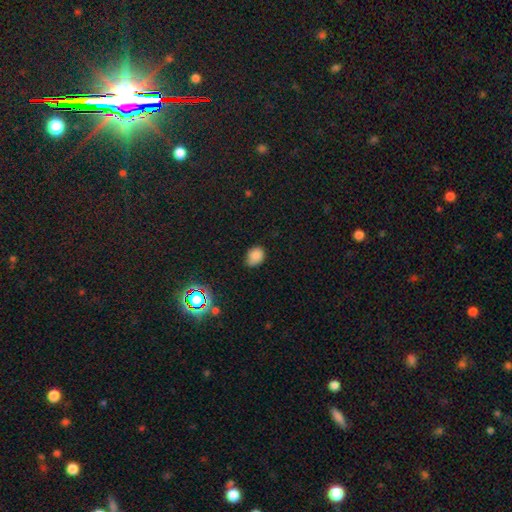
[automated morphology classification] This appears to be a smooth galaxy with no disk features (82%) that is in between round and cigar-shaped (57%). Merging: none (67%).